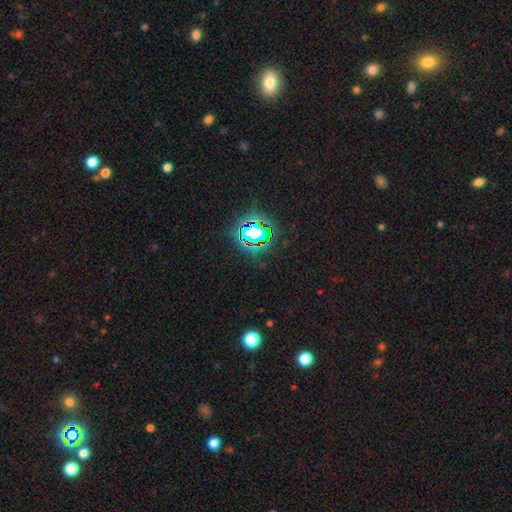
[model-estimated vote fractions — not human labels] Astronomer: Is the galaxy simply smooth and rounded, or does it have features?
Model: star or artifact — 79%.